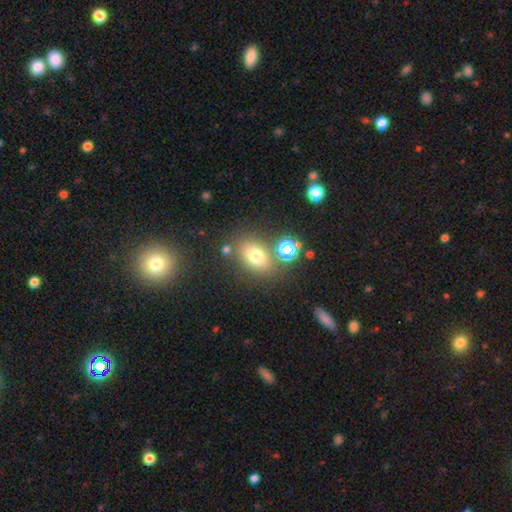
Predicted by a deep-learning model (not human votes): This appears to be a smooth galaxy with no disk features (72%) that is in between round and cigar-shaped (71%). Merging: none (73%).